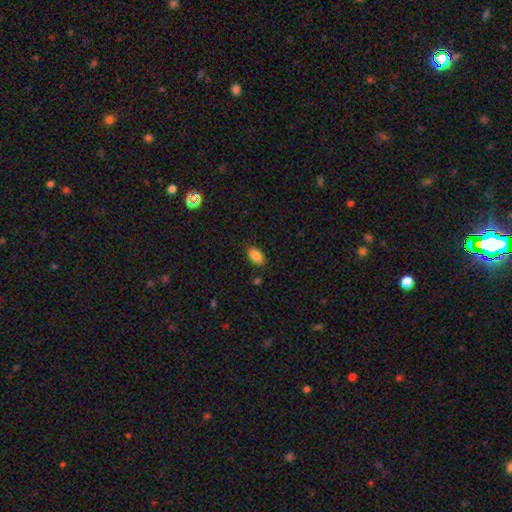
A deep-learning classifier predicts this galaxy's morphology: This is clearly a smooth galaxy (86%). How rounded: clearly in between (91%). Merging: clearly none (84%).